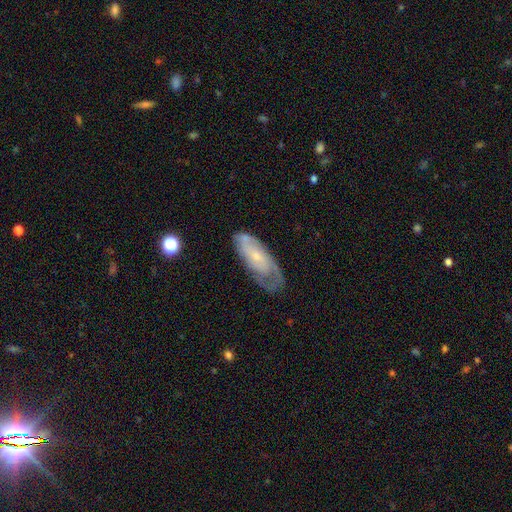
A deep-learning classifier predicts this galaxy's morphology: Smooth or featured?
  - featured or disk: 67% *
  - smooth: 27%
  - star or artifact: 6%
Edge-on disk?
  - no: 89% *
  - yes: 11%
Bar?
  - no: 69% *
  - weak: 25%
  - strong: 6%
Spiral arms?
  - yes: 81% *
  - no: 19%
Bulge size?
  - small: 71% *
  - moderate: 21%
  - none: 5%
  - large: 2%
  - dominant: 1%
Merging?
  - none: 55% *
  - minor disturbance: 27%
  - major disturbance: 17%
  - merger: 2%